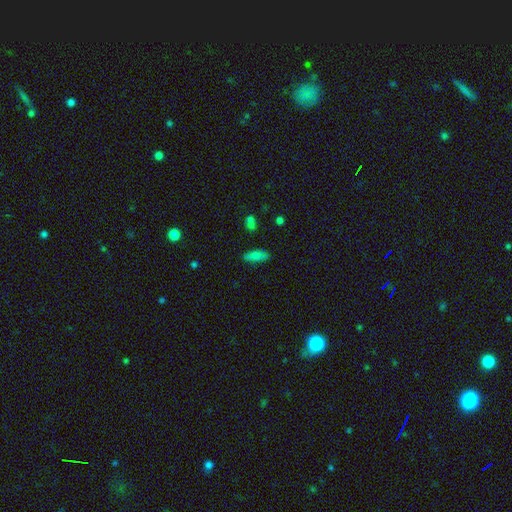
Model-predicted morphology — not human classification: smooth 79%, star or artifact 11%, featured or disk 10%. Down the decision tree: how rounded — in between (70%); merging — none (77%).